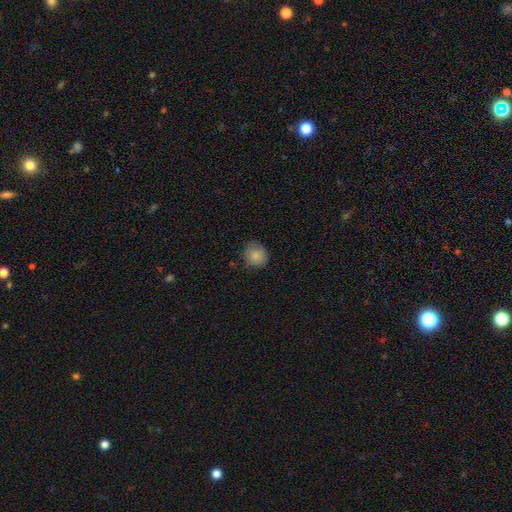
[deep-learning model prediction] Smooth or featured: smooth — 85% (star or artifact — 9%)
How rounded: round — 86% (in between — 13%)
Merging: none — 81% (minor disturbance — 15%)